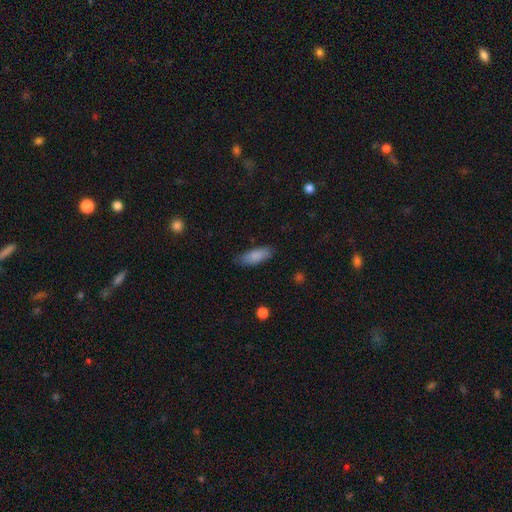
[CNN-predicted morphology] The model was most divided on "how rounded": in between: 72%, cigar-shaped: 27%, round: 2%. More confident: smooth or featured — smooth (86%); merging — none (79%).